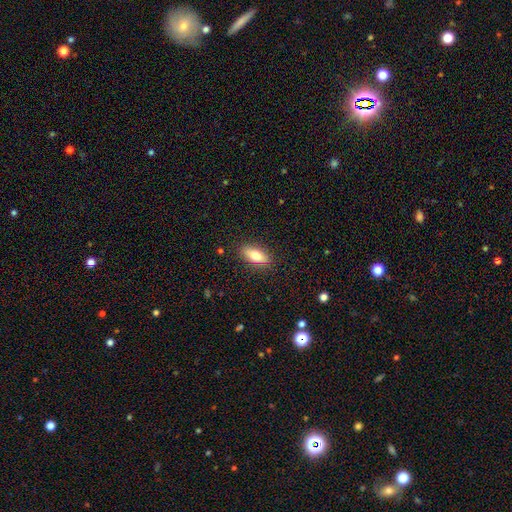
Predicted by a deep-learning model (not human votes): This is likely a smooth galaxy (75%). How rounded: clearly in between (80%). Merging: clearly none (87%).